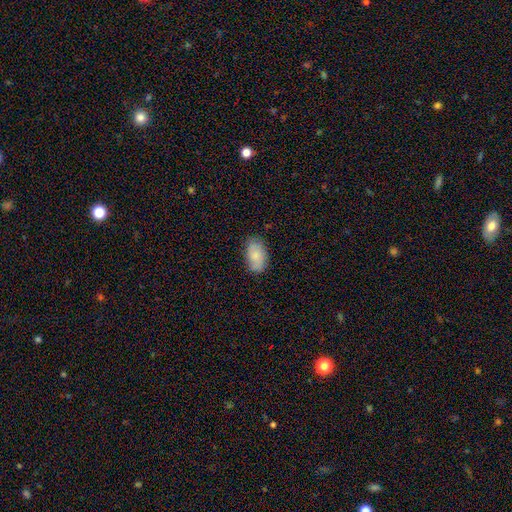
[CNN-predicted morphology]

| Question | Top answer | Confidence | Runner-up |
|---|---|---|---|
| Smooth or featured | smooth | 78% | featured or disk (15%) |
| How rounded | in between | 94% | round (5%) |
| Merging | none | 78% | minor disturbance (18%) |